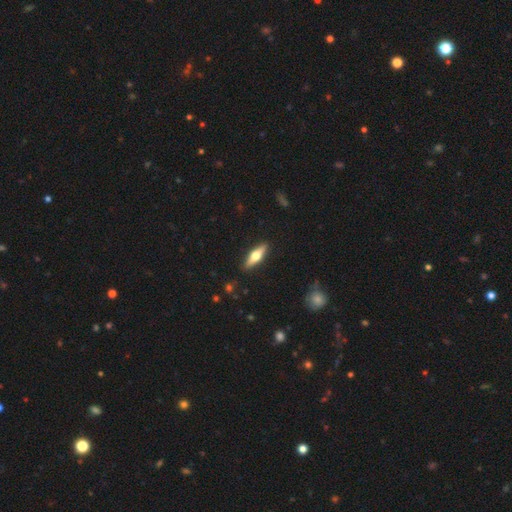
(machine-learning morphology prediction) Smooth or featured?
  - featured or disk: 49% *
  - smooth: 45%
  - star or artifact: 5%
Merging?
  - none: 90% *
  - minor disturbance: 7%
  - major disturbance: 2%
  - merger: 1%